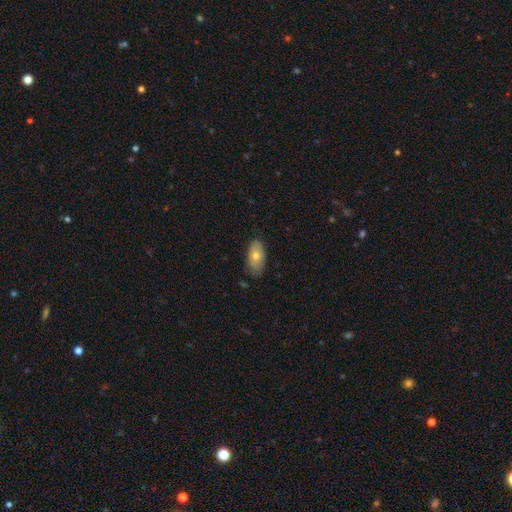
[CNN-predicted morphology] smooth_or_featured: smooth (p=0.67) [alt: featured or disk p=0.26]
how_rounded: in between (p=0.90) [alt: cigar-shaped p=0.07]
merging: none (p=0.79) [alt: minor disturbance p=0.17]